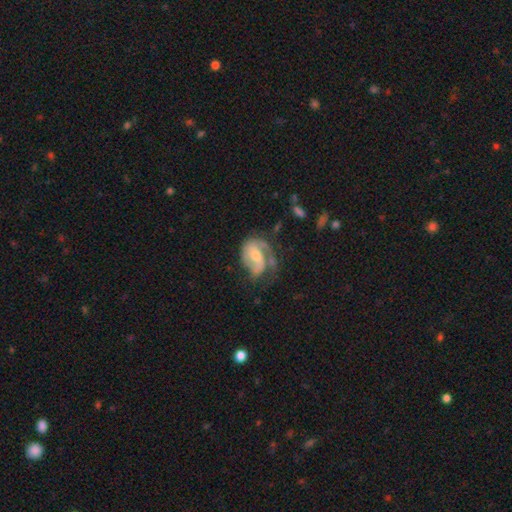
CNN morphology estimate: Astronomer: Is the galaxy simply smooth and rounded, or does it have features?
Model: featured or disk — 74%.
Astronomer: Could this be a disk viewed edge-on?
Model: no — 97%.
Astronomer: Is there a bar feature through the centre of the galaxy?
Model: weak — 43% (runner-up: no, 42%).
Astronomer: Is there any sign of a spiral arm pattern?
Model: yes — 88%.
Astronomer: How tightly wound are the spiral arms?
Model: medium — 44% (runner-up: tight, 33%).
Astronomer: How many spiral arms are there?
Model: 2 — 48% (runner-up: 1, 33%).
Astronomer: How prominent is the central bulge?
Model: moderate — 47% (runner-up: small, 39%).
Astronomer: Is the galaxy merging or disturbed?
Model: none — 40% (runner-up: major disturbance, 31%).